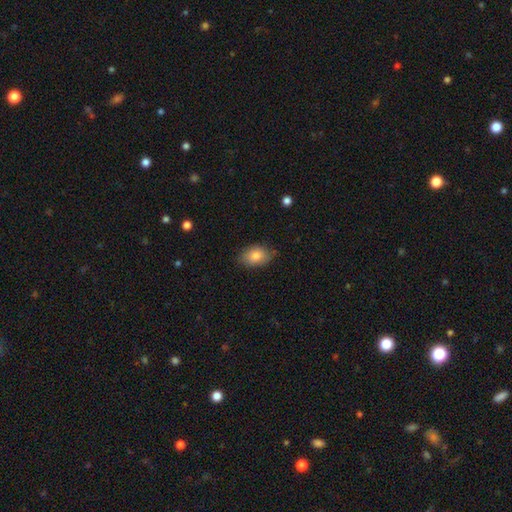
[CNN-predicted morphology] This appears to be a smooth galaxy with no disk features (82%) that is in between round and cigar-shaped (85%). Merging: none (76%).